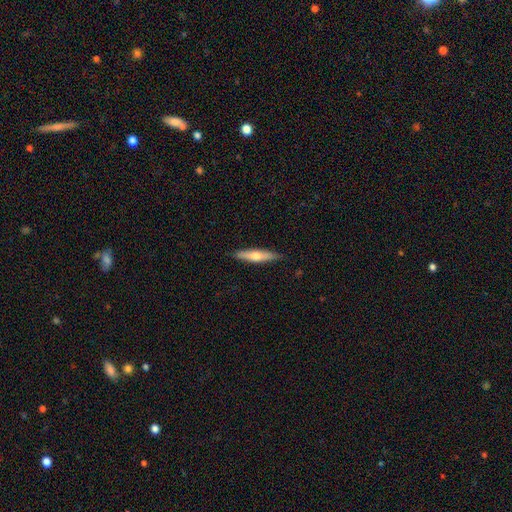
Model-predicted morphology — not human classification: Smooth or featured? Predicted: smooth (p=0.49). Merging? Predicted: none (p=0.88).